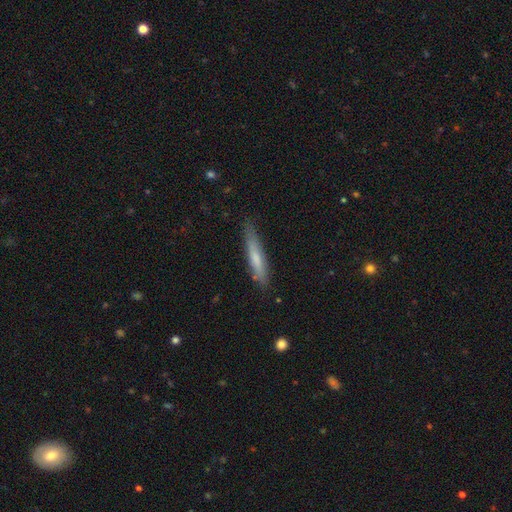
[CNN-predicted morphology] A smooth galaxy with no disk features (58%) that is cigar-shaped (92%).

Vote fractions:
- Smooth or featured? smooth: 58% / featured or disk: 35% / star or artifact: 6%
- How rounded? cigar-shaped: 92% / in between: 6% / round: 1%
- Merging? none: 83% / minor disturbance: 13% / major disturbance: 2% / merger: 1%